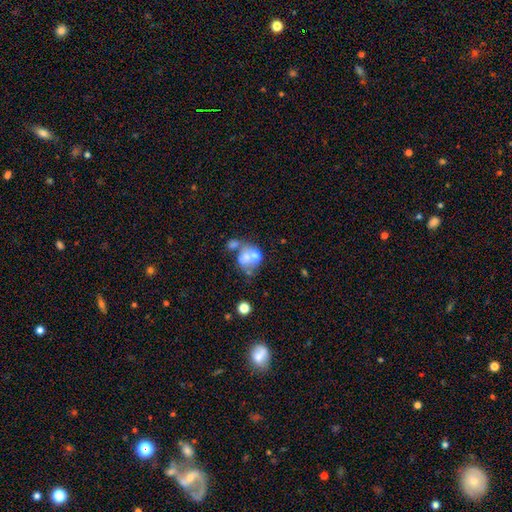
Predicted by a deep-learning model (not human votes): The model was most divided on "smooth or featured": smooth: 43%, featured or disk: 40%, star or artifact: 17%. Remaining: merging — merger (47%).